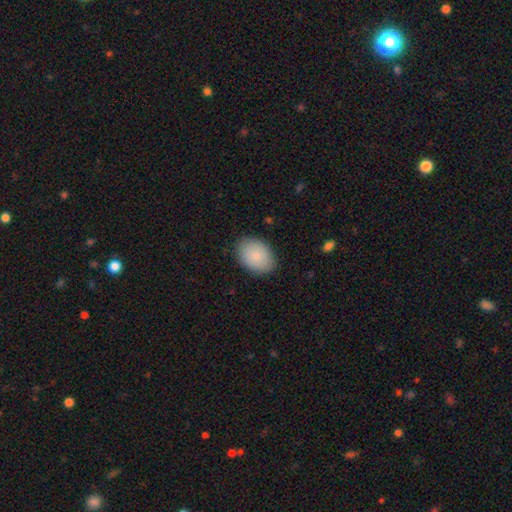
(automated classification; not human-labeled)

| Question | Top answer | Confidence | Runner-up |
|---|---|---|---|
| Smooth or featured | smooth | 88% | star or artifact (6%) |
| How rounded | in between | 80% | round (19%) |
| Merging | none | 86% | minor disturbance (10%) |